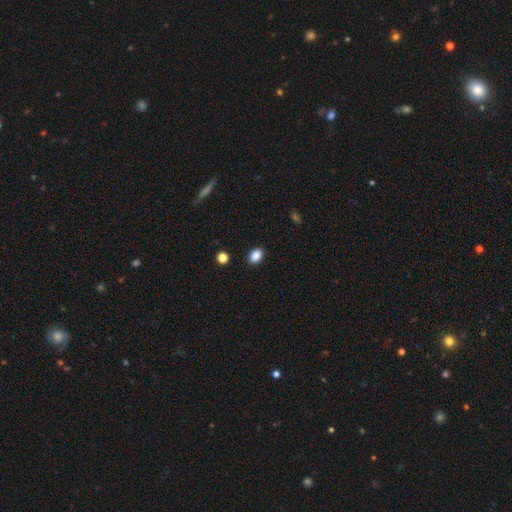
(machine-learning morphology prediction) smooth 88%, star or artifact 9%, featured or disk 3%. Down the decision tree: how rounded — in between (82%); merging — none (89%).